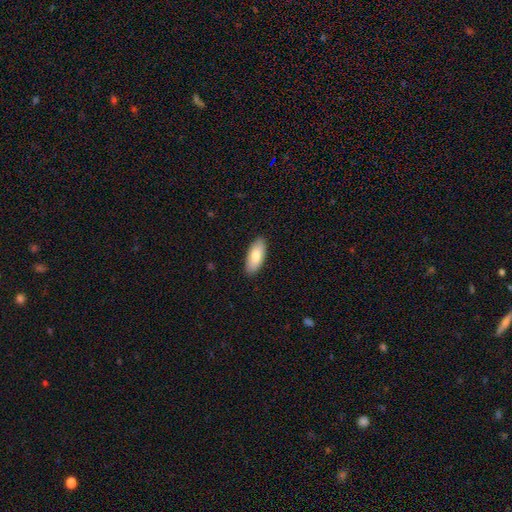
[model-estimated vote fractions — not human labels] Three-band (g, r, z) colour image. It shows a smooth galaxy with no disk features (80%) that is in between round and cigar-shaped (85%). Merging: none (90%).